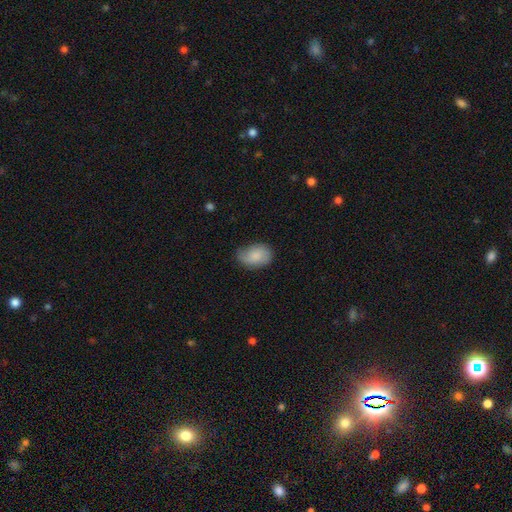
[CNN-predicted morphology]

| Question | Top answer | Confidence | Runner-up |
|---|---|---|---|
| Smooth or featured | smooth | 77% | featured or disk (16%) |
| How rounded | in between | 84% | round (14%) |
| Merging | none | 64% | minor disturbance (28%) |